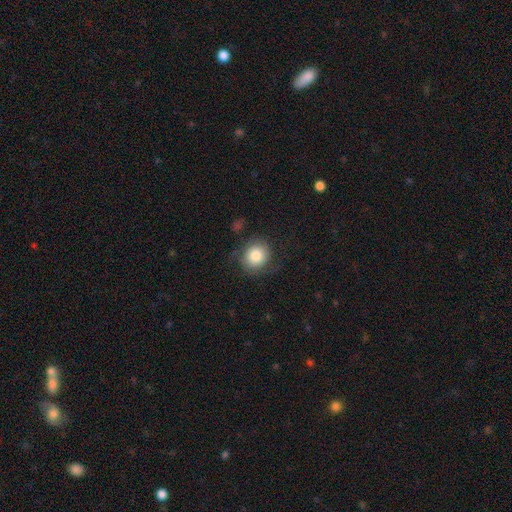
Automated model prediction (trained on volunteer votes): Smooth or featured? Predicted: smooth (p=0.77). How rounded? Predicted: round (p=0.83). Merging? Predicted: none (p=0.71).